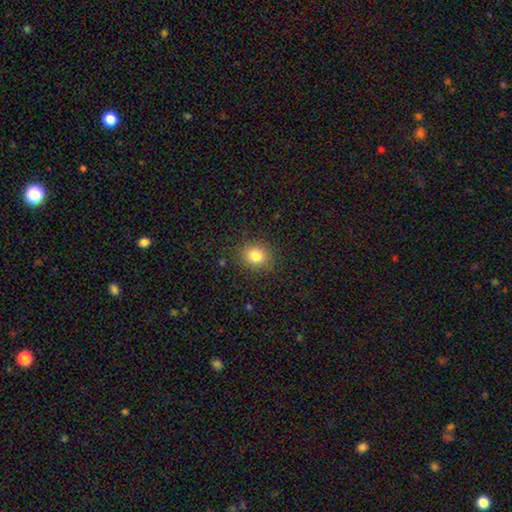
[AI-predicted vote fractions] Smooth or featured? Predicted: smooth (p=0.82). How rounded? Predicted: round (p=0.69). Merging? Predicted: none (p=0.87).